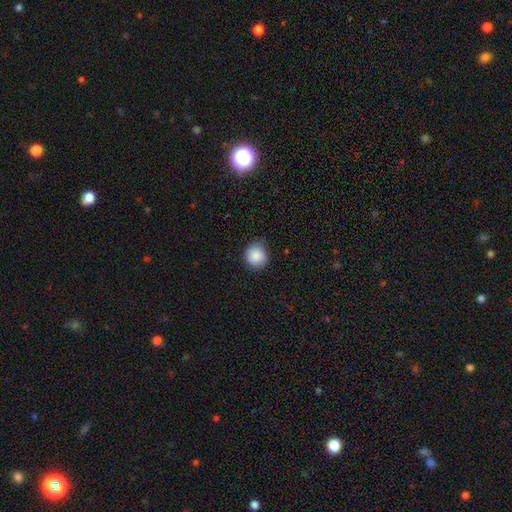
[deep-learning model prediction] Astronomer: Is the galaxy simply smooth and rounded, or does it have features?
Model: smooth — 86%.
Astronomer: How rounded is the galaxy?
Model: round — 90%.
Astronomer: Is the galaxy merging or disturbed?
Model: none — 76%.